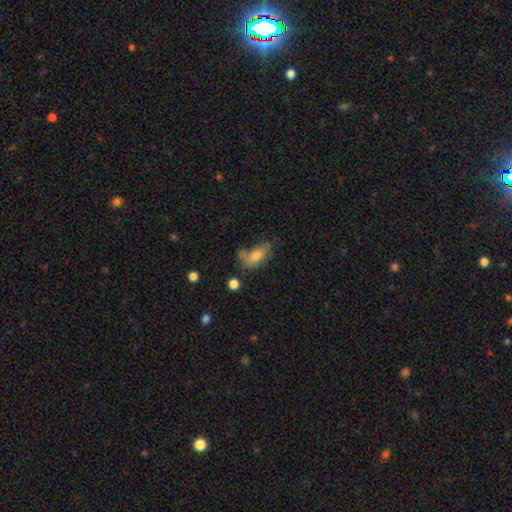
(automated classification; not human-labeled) Smooth or featured: smooth — 71% (featured or disk — 19%)
How rounded: in between — 87% (round — 7%)
Merging: none — 38% (minor disturbance — 28%)